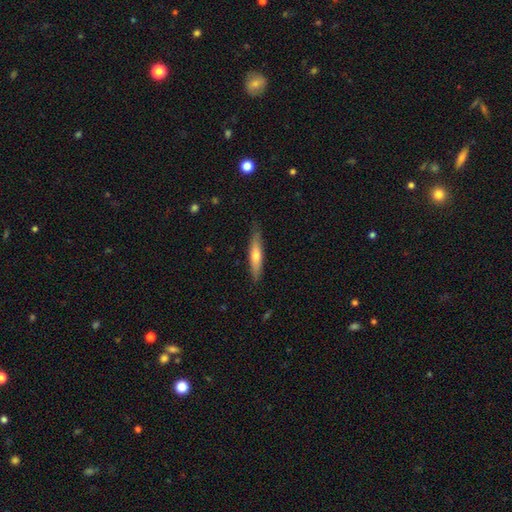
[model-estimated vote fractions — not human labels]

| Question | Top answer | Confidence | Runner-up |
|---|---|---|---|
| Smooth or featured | smooth | 54% | featured or disk (40%) |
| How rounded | cigar-shaped | 84% | in between (14%) |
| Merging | none | 83% | minor disturbance (14%) |